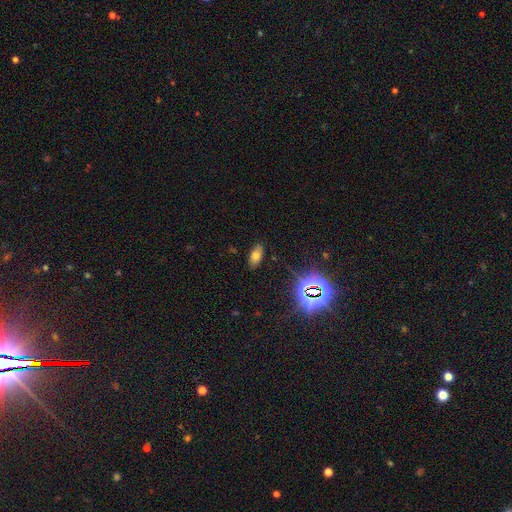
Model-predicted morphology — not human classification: The model was most divided on "smooth or featured": smooth: 65%, star or artifact: 21%, featured or disk: 13%. More confident: how rounded — in between (90%); merging — none (85%).